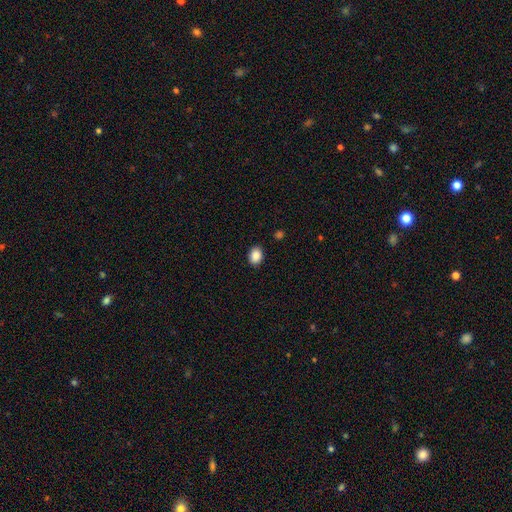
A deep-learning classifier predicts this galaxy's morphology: A smooth galaxy with no disk features (88%) that is in between round and cigar-shaped (68%).

Vote fractions:
- Smooth or featured? smooth: 88% / star or artifact: 8% / featured or disk: 3%
- How rounded? in between: 68% / round: 31% / cigar-shaped: 1%
- Merging? none: 89% / minor disturbance: 8% / major disturbance: 2% / merger: 1%